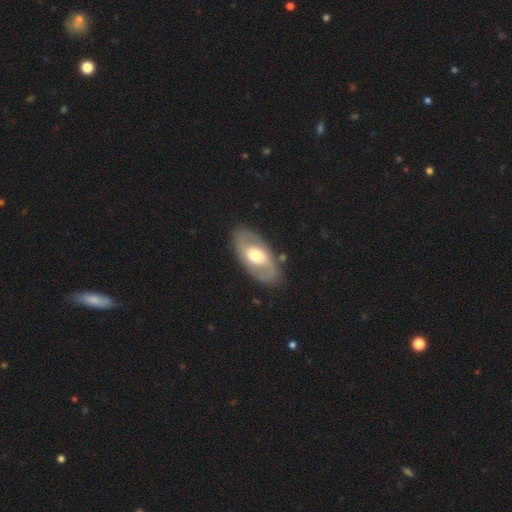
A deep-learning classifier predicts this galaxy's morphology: Overall: featured or disk (63%; smooth 32%). Edge-on disk: no (91%). Bar: no (60%; weak 28%). Spiral arms: yes (57%; no 43%). Bulge size: moderate (67%). Merging: none (83%).